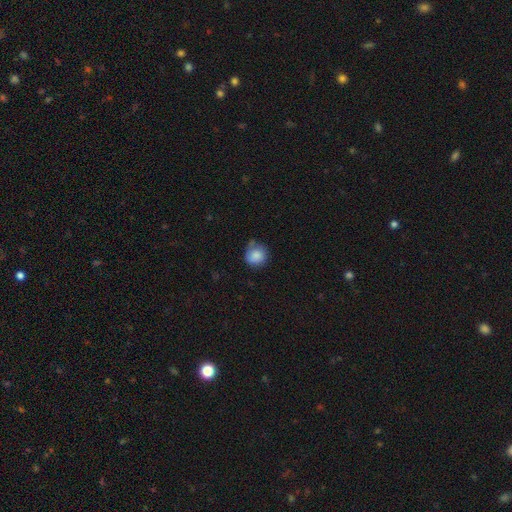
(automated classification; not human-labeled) A smooth galaxy with no disk features (84%) that is round (88%). Merging: none (58%).